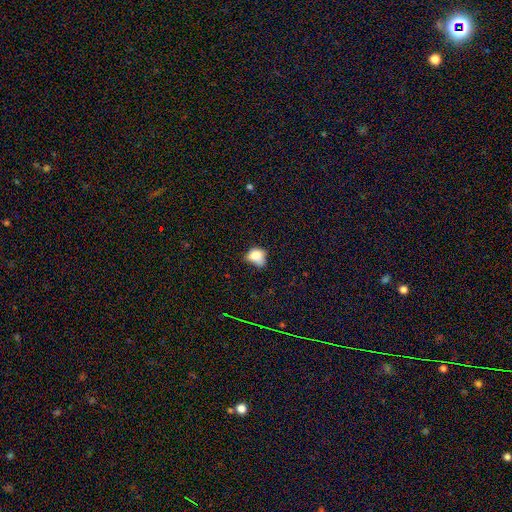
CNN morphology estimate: This is likely a smooth galaxy (78%). How rounded: possibly in between (52%). Merging: marginally minor disturbance (41%).